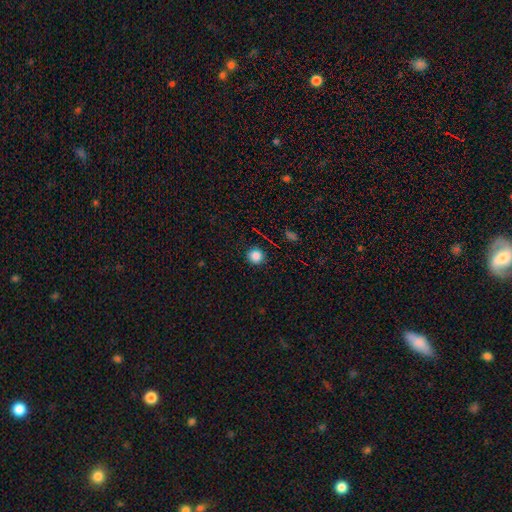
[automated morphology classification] The model was most divided on "smooth or featured": smooth: 83%, star or artifact: 13%, featured or disk: 4%. More confident: how rounded — round (93%); merging — none (89%).